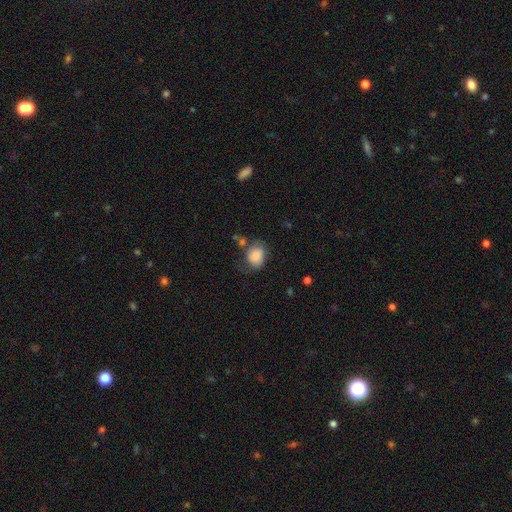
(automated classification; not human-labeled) Smooth or featured? smooth (84%)
How rounded? in between (54%)
Merging? none (52%)